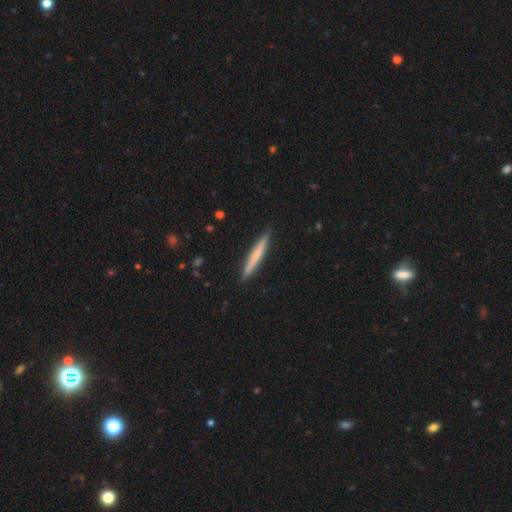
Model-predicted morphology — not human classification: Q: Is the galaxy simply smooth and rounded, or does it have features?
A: smooth — 62%.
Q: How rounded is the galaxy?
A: cigar-shaped — 96%.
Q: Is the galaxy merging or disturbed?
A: none — 91%.